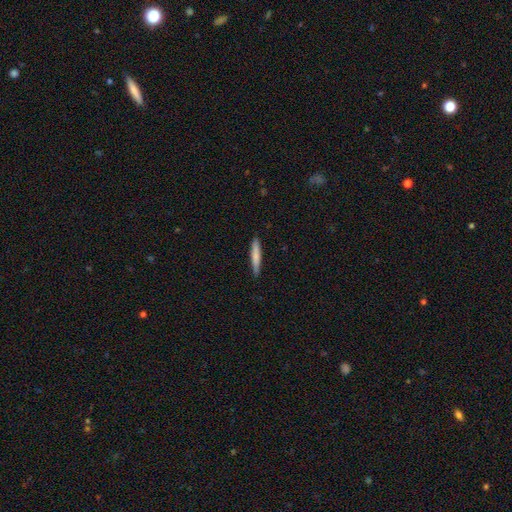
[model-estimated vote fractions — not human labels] A smooth galaxy with no disk features (75%) that is cigar-shaped (94%).

Vote fractions:
- Smooth or featured? smooth: 75% / featured or disk: 20% / star or artifact: 5%
- How rounded? cigar-shaped: 94% / in between: 5% / round: 1%
- Merging? none: 89% / minor disturbance: 9% / major disturbance: 1% / merger: 1%